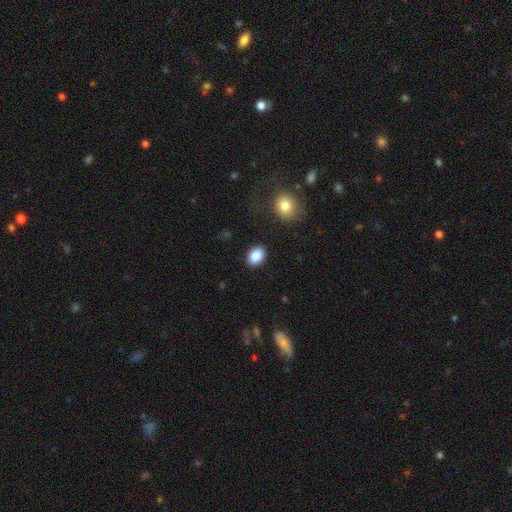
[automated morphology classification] A smooth galaxy with no disk features (86%) that is in between round and cigar-shaped (71%).

Vote fractions:
- Smooth or featured? smooth: 86% / star or artifact: 8% / featured or disk: 5%
- How rounded? in between: 71% / round: 28% / cigar-shaped: 1%
- Merging? none: 87% / minor disturbance: 8% / major disturbance: 3% / merger: 2%